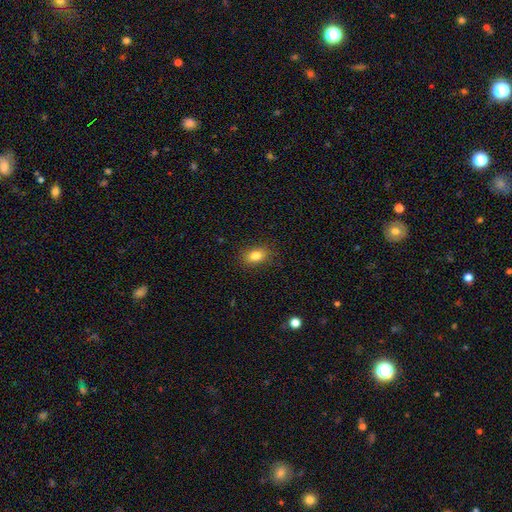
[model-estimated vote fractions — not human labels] Overall: smooth (83%). How rounded: in between (79%). Merging: none (86%).